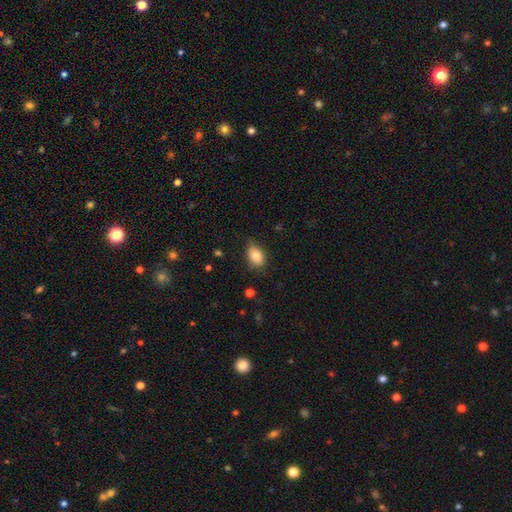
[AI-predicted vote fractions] smooth-or-featured: smooth: 84% | featured or disk: 9% | star or artifact: 8%
  how-rounded: in between: 86% | round: 13% | cigar-shaped: 2%
  merging: none: 70% | minor disturbance: 24% | major disturbance: 5% | merger: 1%